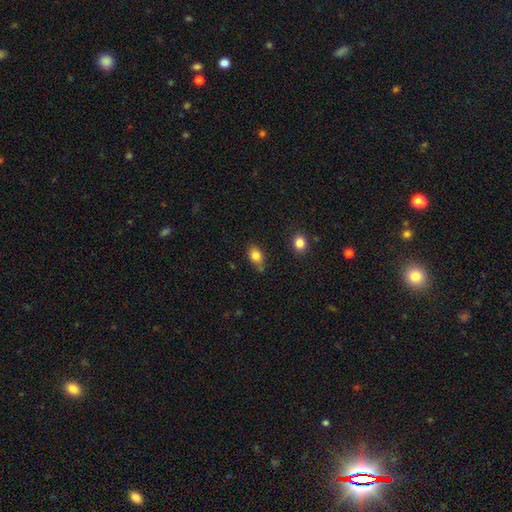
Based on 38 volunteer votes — Overall: smooth (87%). How rounded: in between (76%). Merging: none (73%).